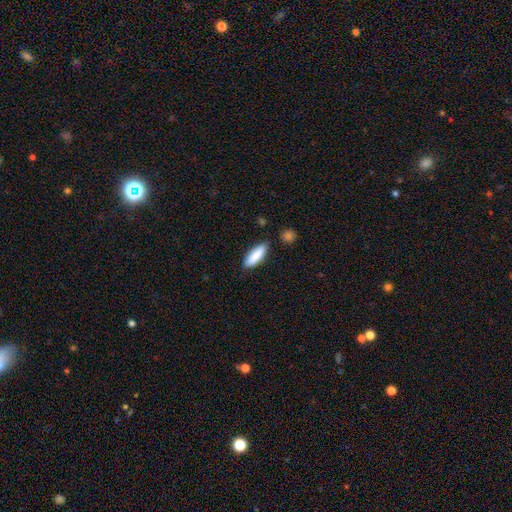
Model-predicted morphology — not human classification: Q: Smooth or featured?
A: smooth (87%); runner-up: featured or disk (7%)
Q: How rounded?
A: in between (54%); runner-up: cigar-shaped (45%)
Q: Merging?
A: none (82%); runner-up: minor disturbance (12%)